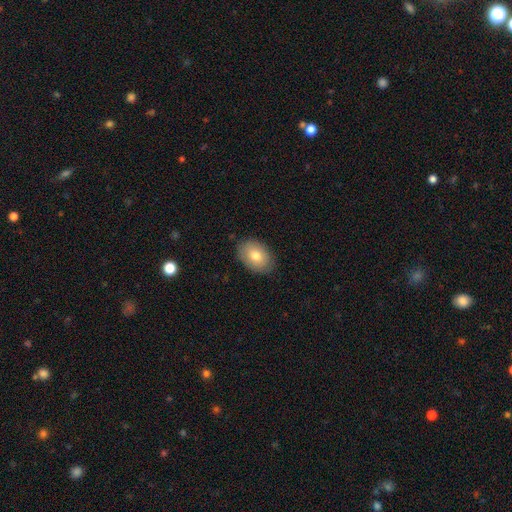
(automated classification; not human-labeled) Smooth or featured: smooth — 77% (featured or disk — 15%)
How rounded: in between — 84% (round — 15%)
Merging: none — 86% (minor disturbance — 11%)